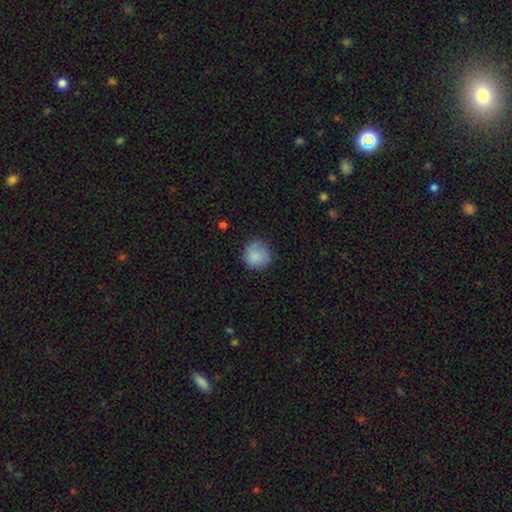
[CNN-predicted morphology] Smooth or featured? Predicted: smooth (p=0.80). How rounded? Predicted: round (p=0.89). Merging? Predicted: none (p=0.68).